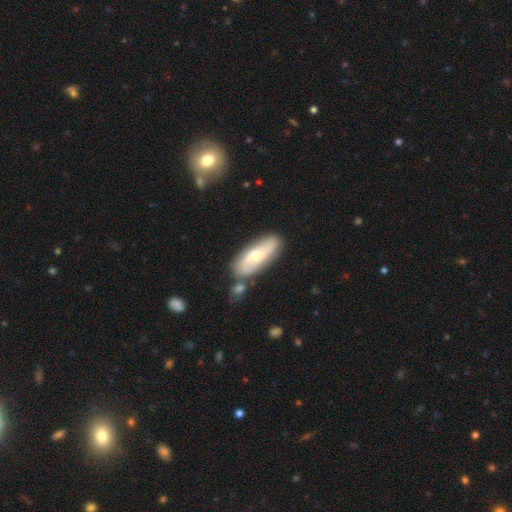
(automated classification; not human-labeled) This appears to be a featured or disk galaxy (52%). Merging: none (72%).